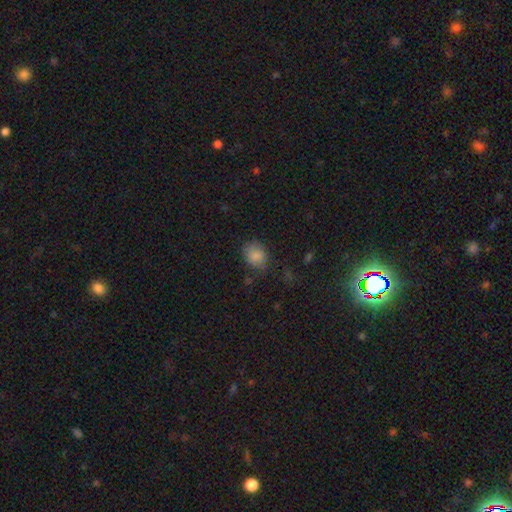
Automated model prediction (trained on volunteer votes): smooth_or_featured: smooth (p=0.84) [alt: star or artifact p=0.10]
how_rounded: round (p=0.56) [alt: in between p=0.43]
merging: none (p=0.70) [alt: minor disturbance p=0.20]